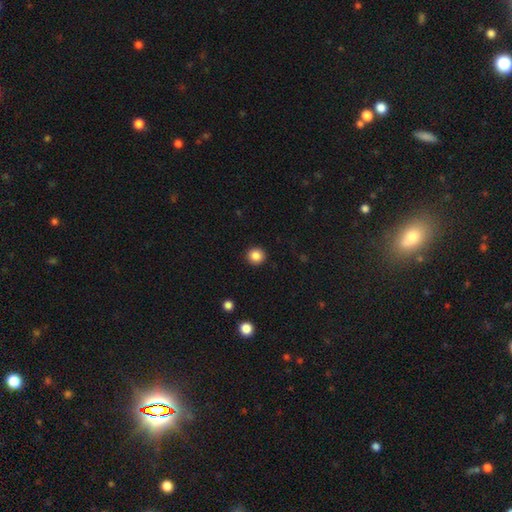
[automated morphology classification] Overall: smooth (86%). How rounded: round (93%). Merging: none (92%).